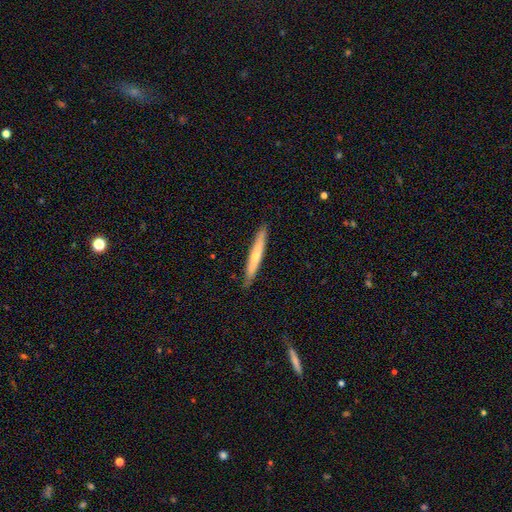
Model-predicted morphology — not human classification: smooth_or_featured: smooth (p=0.55) [alt: featured or disk p=0.40]
how_rounded: cigar-shaped (p=0.95) [alt: in between p=0.04]
merging: none (p=0.88) [alt: minor disturbance p=0.10]